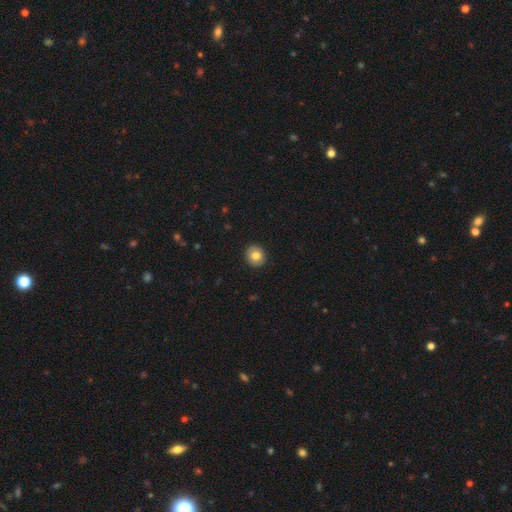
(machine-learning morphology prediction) Q: Smooth or featured?
A: smooth (80%); runner-up: featured or disk (12%)
Q: How rounded?
A: round (82%); runner-up: in between (17%)
Q: Merging?
A: none (92%); runner-up: minor disturbance (6%)